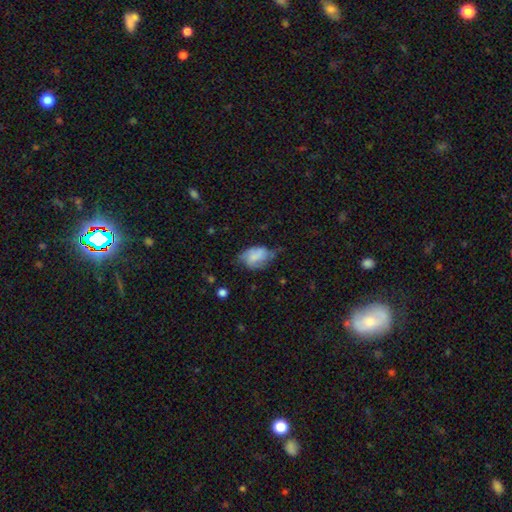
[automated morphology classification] This appears to be a smooth galaxy with no disk features (62%) that is in between round and cigar-shaped (81%). Merging: minor disturbance (40%).